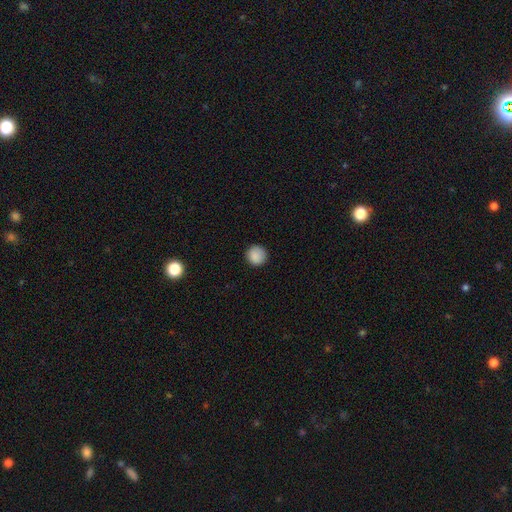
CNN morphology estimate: This is clearly a smooth galaxy (88%). How rounded: clearly round (94%). Merging: clearly none (89%).